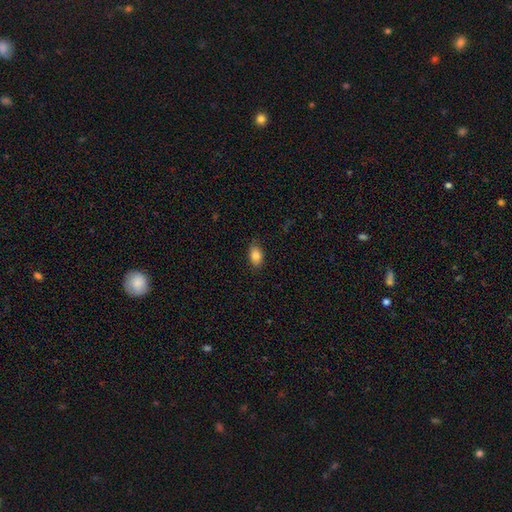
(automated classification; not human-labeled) Overall: smooth (84%). How rounded: in between (86%). Merging: none (83%).